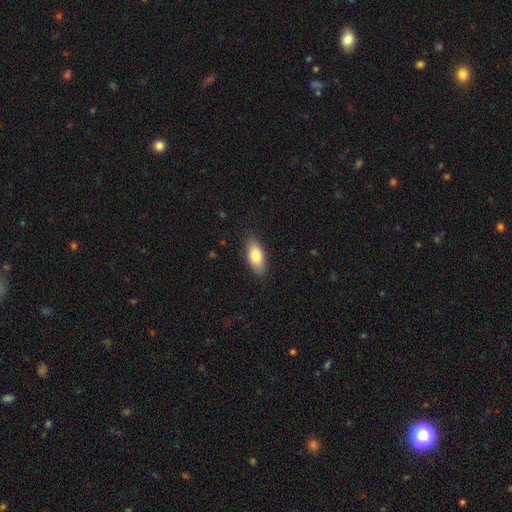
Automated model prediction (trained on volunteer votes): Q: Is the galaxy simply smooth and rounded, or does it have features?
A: smooth — 81%.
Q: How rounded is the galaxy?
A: in between — 88%.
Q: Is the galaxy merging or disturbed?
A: none — 86%.